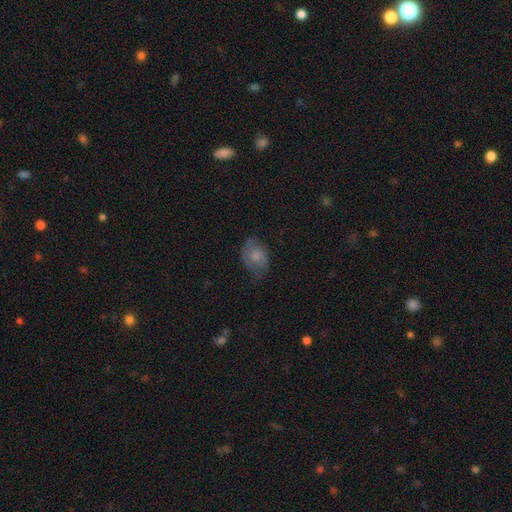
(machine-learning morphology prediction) A smooth galaxy with no disk features (61%) that is in between round and cigar-shaped (71%). Merging: none (53%).